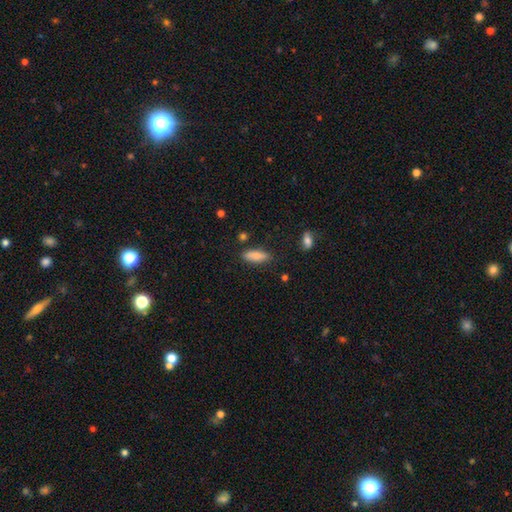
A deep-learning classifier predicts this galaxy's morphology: This is clearly a smooth galaxy (82%). How rounded: likely in between (66%). Merging: clearly none (82%).